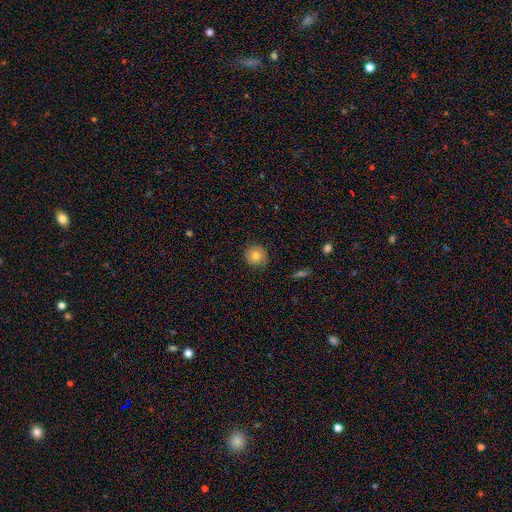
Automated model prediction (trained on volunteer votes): Morphology: type=smooth (78%); roundness=round (92%); merging=none (88%).